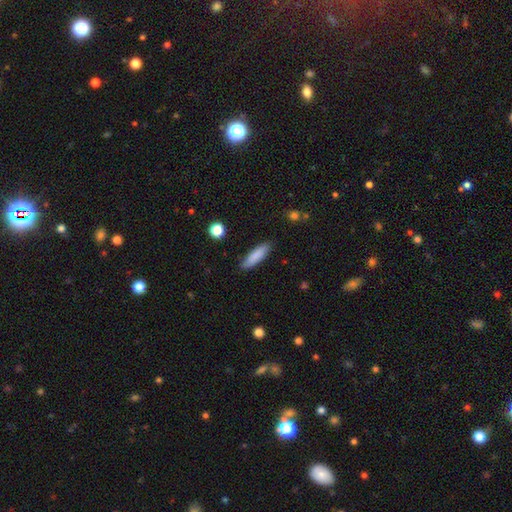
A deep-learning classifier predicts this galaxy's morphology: Smooth or featured? Predicted: smooth (p=0.83). How rounded? Predicted: cigar-shaped (p=0.61). Merging? Predicted: none (p=0.86).